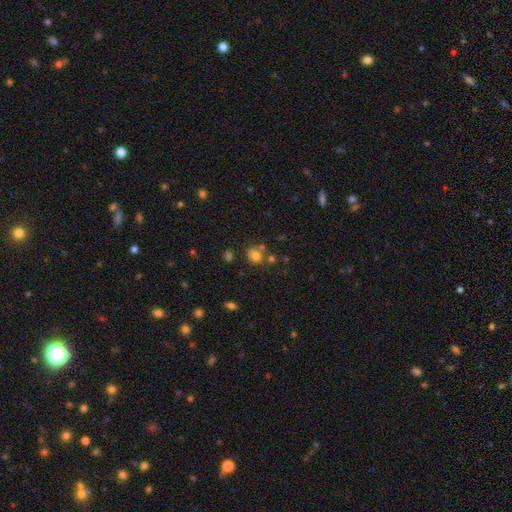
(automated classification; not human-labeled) Q: Smooth or featured?
A: smooth (73%); runner-up: star or artifact (16%)
Q: How rounded?
A: round (80%); runner-up: in between (19%)
Q: Merging?
A: none (58%); runner-up: merger (22%)